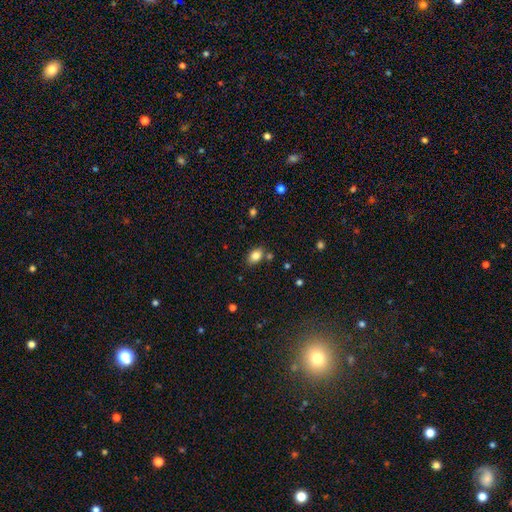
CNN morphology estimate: A smooth galaxy with no disk features (83%) that is in between round and cigar-shaped (85%).

Vote fractions:
- Smooth or featured? smooth: 83% / star or artifact: 9% / featured or disk: 7%
- How rounded? in between: 85% / round: 14% / cigar-shaped: 1%
- Merging? none: 77% / minor disturbance: 13% / merger: 7% / major disturbance: 3%